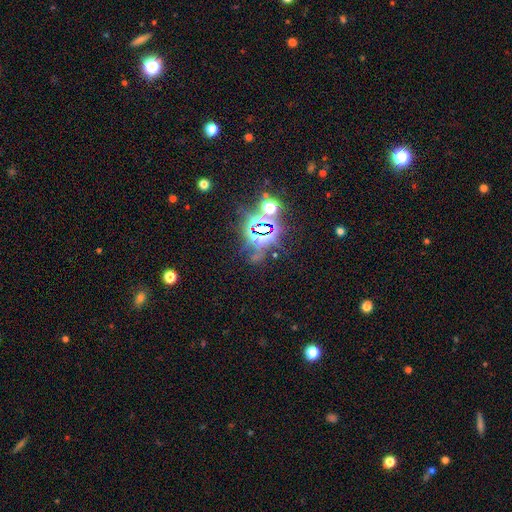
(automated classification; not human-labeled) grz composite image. It shows a star or artifact, not a galaxy (80%).